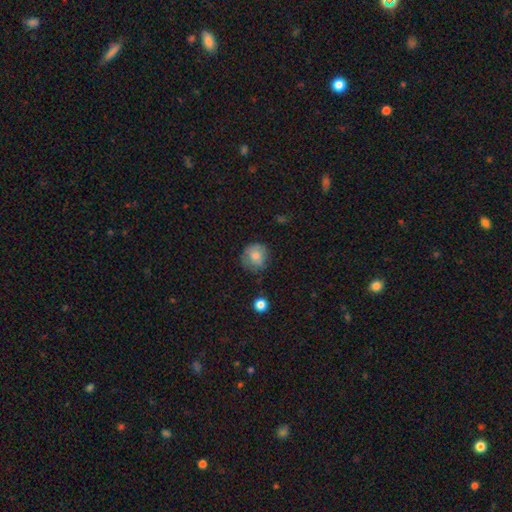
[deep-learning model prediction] Overall: smooth (76%). How rounded: round (87%). Merging: none (68%).